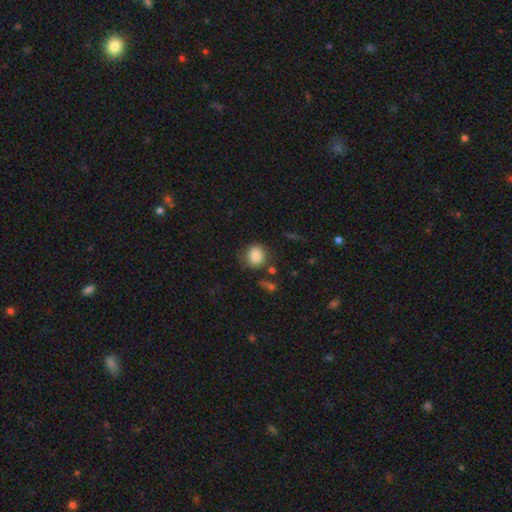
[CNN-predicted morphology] A smooth galaxy with no disk features (84%) that is round (77%).

Vote fractions:
- Smooth or featured? smooth: 84% / star or artifact: 9% / featured or disk: 7%
- How rounded? round: 77% / in between: 22% / cigar-shaped: 1%
- Merging? none: 72% / minor disturbance: 17% / major disturbance: 6% / merger: 5%